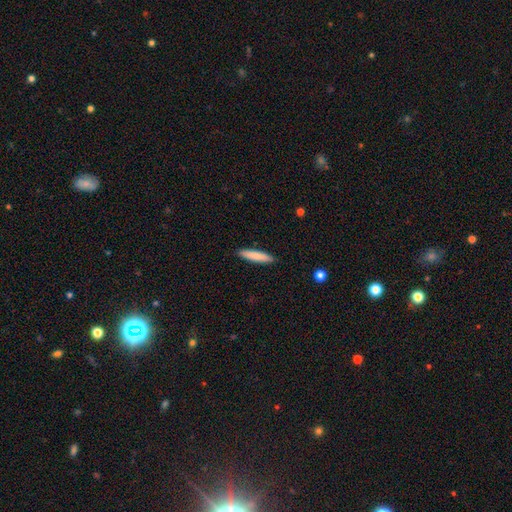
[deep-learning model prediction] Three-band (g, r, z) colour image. It shows a smooth galaxy with no disk features (83%) that is cigar-shaped (84%). Merging: none (90%).